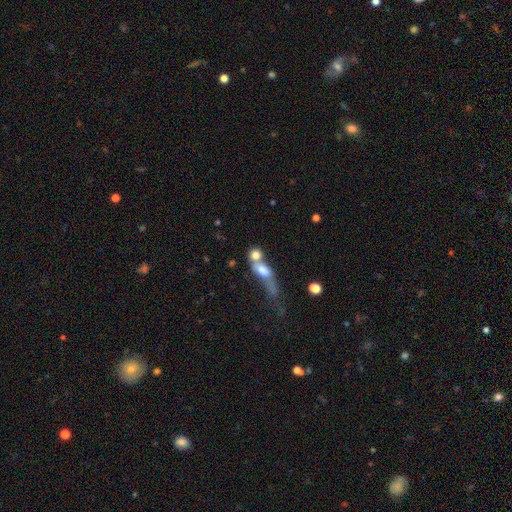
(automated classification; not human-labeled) Morphology: type=smooth (68%); roundness=in between (45%); merging=merger (64%).